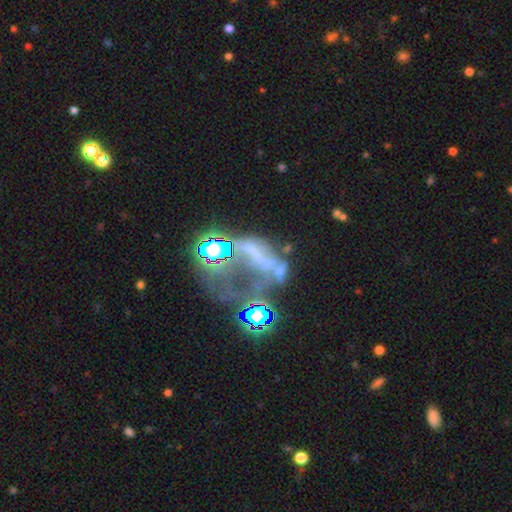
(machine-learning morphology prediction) Smooth or featured?
  - star or artifact: 44% *
  - featured or disk: 39%
  - smooth: 18%